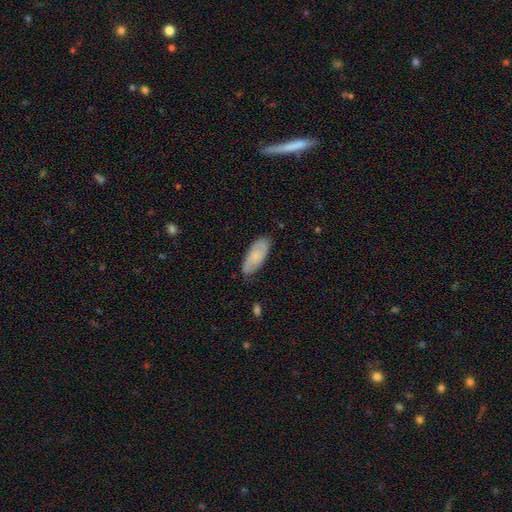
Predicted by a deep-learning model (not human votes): Smooth or featured? Predicted: smooth (p=0.67). How rounded? Predicted: in between (p=0.82). Merging? Predicted: none (p=0.76).